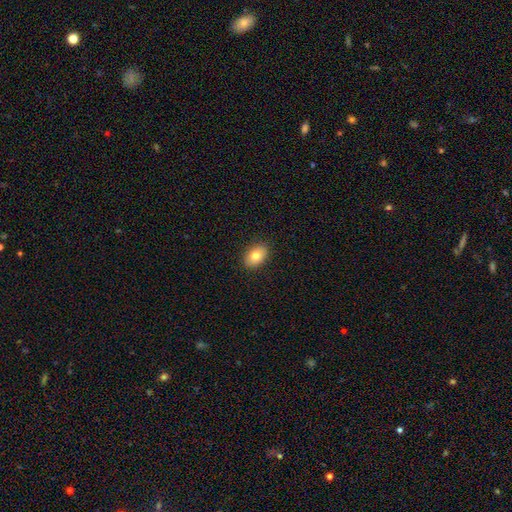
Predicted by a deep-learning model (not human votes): Morphology: type=smooth (80%); roundness=in between (85%); merging=none (89%).